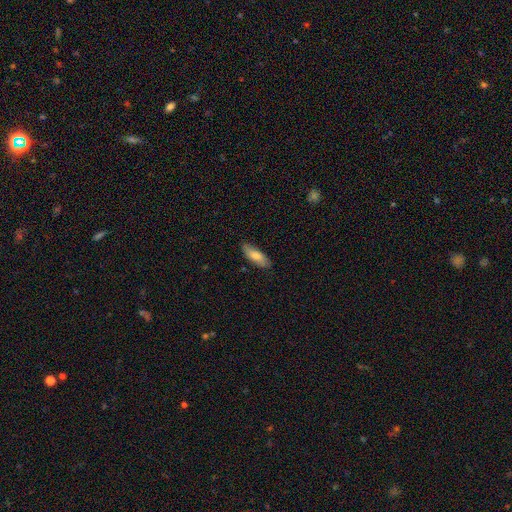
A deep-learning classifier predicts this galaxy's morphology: This is likely a smooth galaxy (75%). How rounded: likely in between (66%). Merging: clearly none (83%).